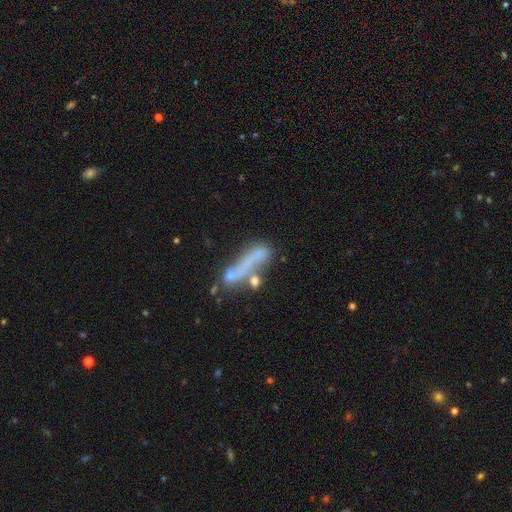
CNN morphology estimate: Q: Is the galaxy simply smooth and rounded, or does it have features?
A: smooth — 56%.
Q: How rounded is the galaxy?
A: cigar-shaped — 64%.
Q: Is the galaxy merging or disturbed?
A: merger — 32%.